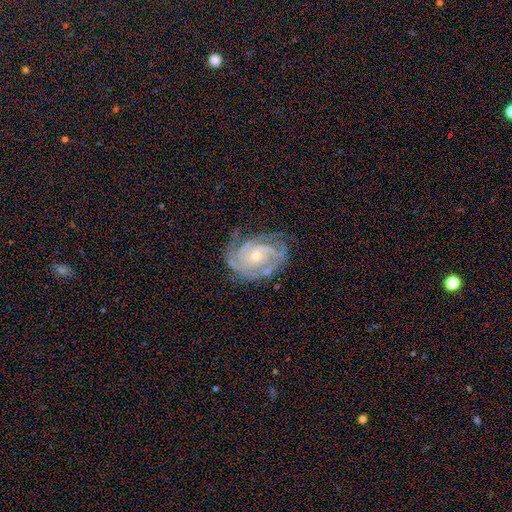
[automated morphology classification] Smooth or featured?
  - featured or disk: 90% *
  - star or artifact: 5%
  - smooth: 5%
Edge-on disk?
  - no: 97% *
  - yes: 3%
Bar?
  - no: 73% *
  - weak: 20%
  - strong: 6%
Spiral arms?
  - yes: 98% *
  - no: 2%
Spiral winding?
  - tight: 77% *
  - medium: 20%
  - loose: 3%
Spiral arm count?
  - 3: 29% *
  - 2: 24%
  - can't tell: 19%
  - 4: 16%
  - more than 4: 6%
  - 1: 6%
Bulge size?
  - small: 66% *
  - moderate: 31%
  - large: 1%
  - none: 1%
  - dominant: 1%
Merging?
  - none: 71% *
  - minor disturbance: 20%
  - major disturbance: 7%
  - merger: 2%